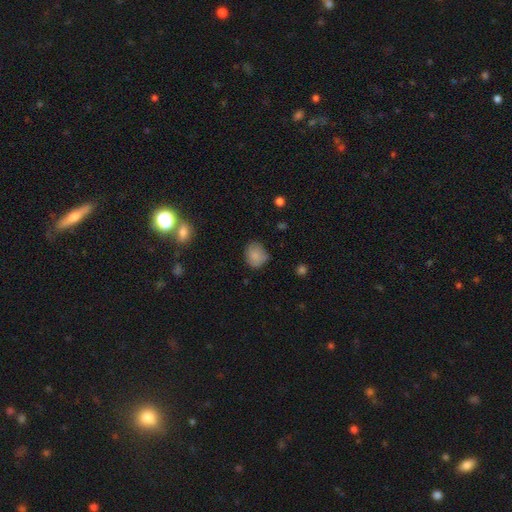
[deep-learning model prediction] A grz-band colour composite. It shows a smooth galaxy with no disk features (83%) that is round (61%). Merging: none (67%).